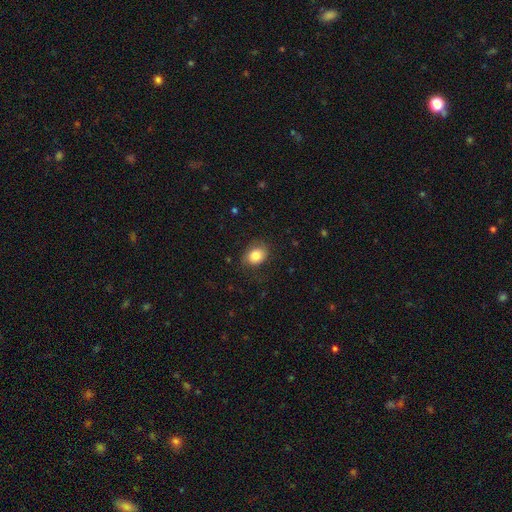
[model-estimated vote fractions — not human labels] smooth 82%, featured or disk 9%, star or artifact 9%. Down the decision tree: how rounded — in between (56%); merging — none (77%).